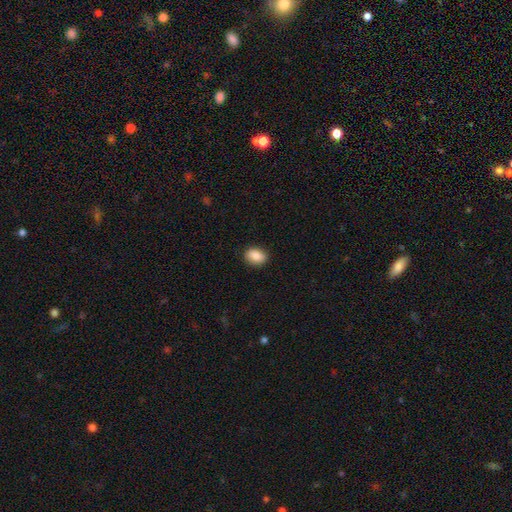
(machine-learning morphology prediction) Q: Smooth or featured?
A: smooth (88%); runner-up: star or artifact (8%)
Q: How rounded?
A: in between (73%); runner-up: round (25%)
Q: Merging?
A: none (88%); runner-up: minor disturbance (9%)